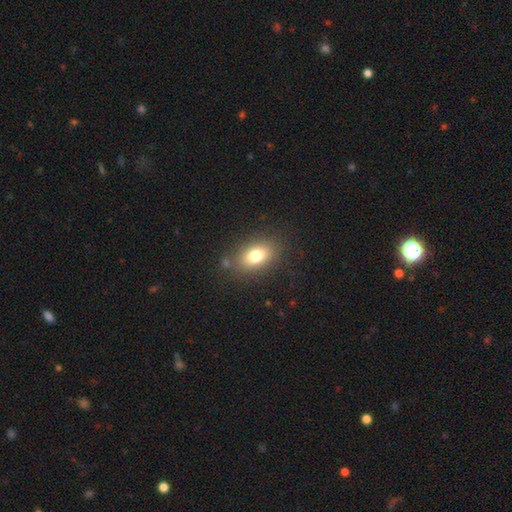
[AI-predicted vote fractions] smooth-or-featured: smooth: 77% | featured or disk: 12% | star or artifact: 11%
  how-rounded: in between: 80% | round: 18% | cigar-shaped: 2%
  merging: none: 81% | minor disturbance: 11% | major disturbance: 4% | merger: 3%